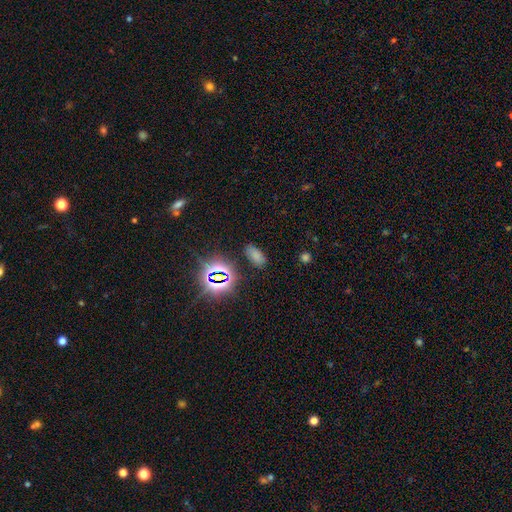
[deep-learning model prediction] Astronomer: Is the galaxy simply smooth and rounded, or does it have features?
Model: smooth — 65%.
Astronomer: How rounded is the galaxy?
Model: in between — 91%.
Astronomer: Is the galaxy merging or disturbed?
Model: none — 82%.